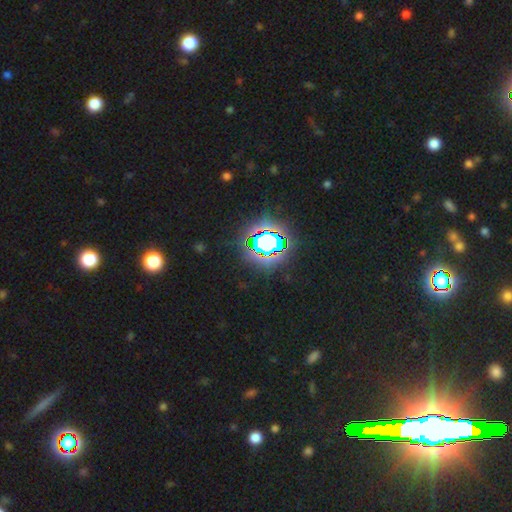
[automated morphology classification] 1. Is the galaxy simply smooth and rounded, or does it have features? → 77% star or artifact, 15% smooth, 8% featured or disk.